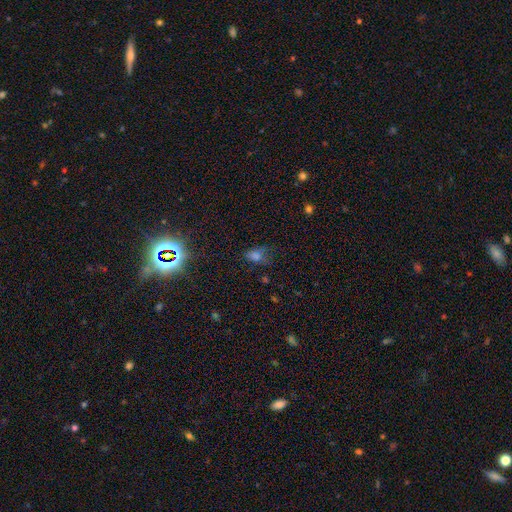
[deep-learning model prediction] This appears to be a smooth galaxy with no disk features (60%) that is in between round and cigar-shaped (73%). Merging: none (50%).